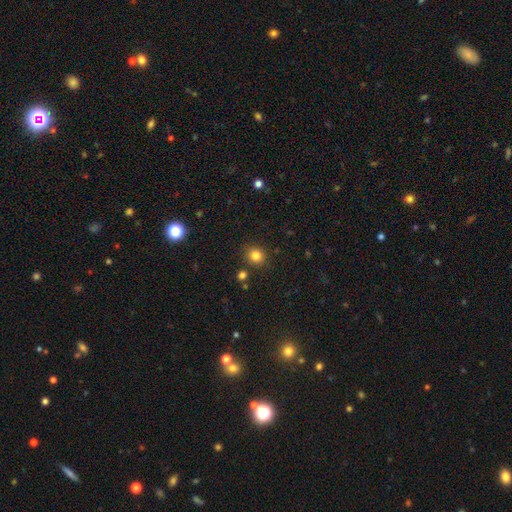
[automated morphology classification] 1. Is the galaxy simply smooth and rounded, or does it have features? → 83% smooth, 12% star or artifact, 5% featured or disk.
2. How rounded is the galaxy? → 82% round, 17% in between, 1% cigar-shaped.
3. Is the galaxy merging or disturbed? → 85% none, 9% minor disturbance, 4% merger, 3% major disturbance.